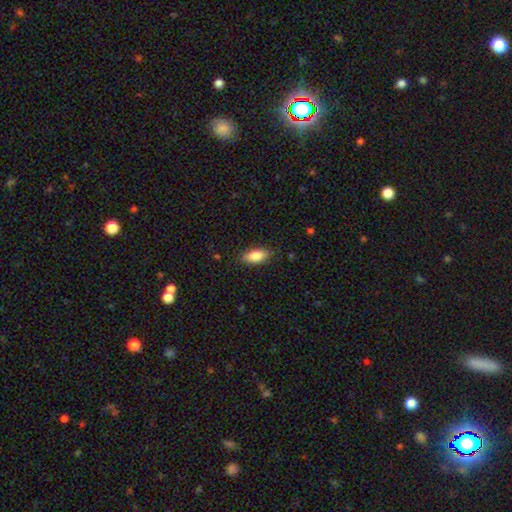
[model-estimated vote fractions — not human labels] This appears to be a smooth galaxy with no disk features (84%) that is in between round and cigar-shaped (87%). Merging: none (84%).